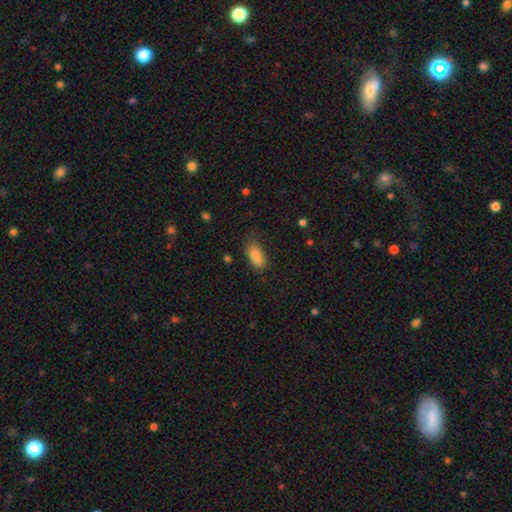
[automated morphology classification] Overall: smooth (85%). How rounded: in between (90%). Merging: none (65%; minor disturbance 26%).